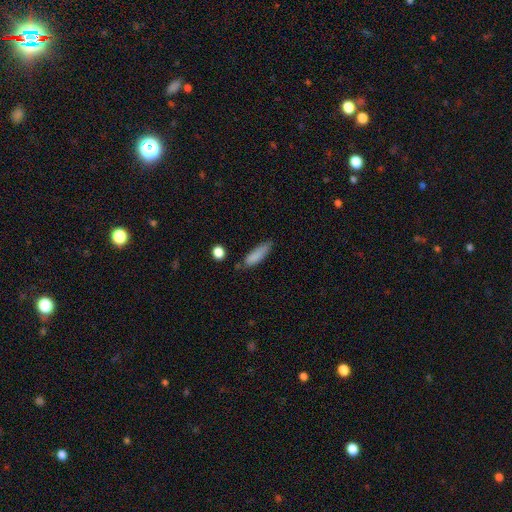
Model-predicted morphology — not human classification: Smooth or featured?
  - smooth: 84% *
  - featured or disk: 8%
  - star or artifact: 7%
How rounded?
  - cigar-shaped: 59% *
  - in between: 39%
  - round: 2%
Merging?
  - none: 63% *
  - minor disturbance: 25%
  - major disturbance: 6%
  - merger: 5%